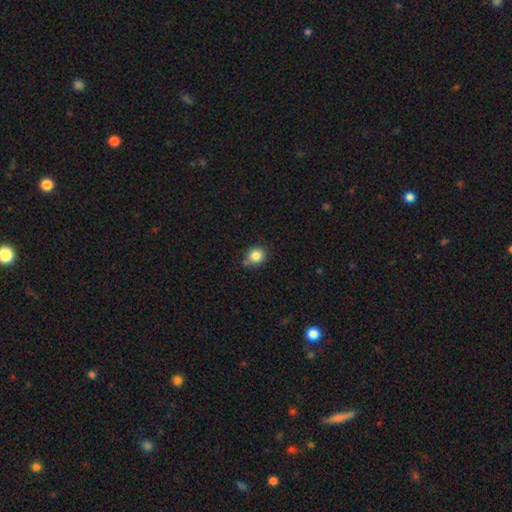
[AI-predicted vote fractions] The model was most divided on "merging": none: 72%, minor disturbance: 16%, merger: 8%, major disturbance: 4%. More confident: smooth or featured — smooth (85%); how rounded — round (85%).